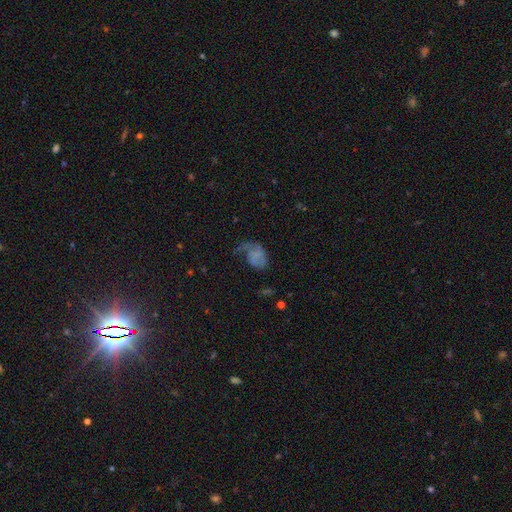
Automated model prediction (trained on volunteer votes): This is possibly a featured or disk galaxy (48%). Merging: possibly major disturbance (47%).